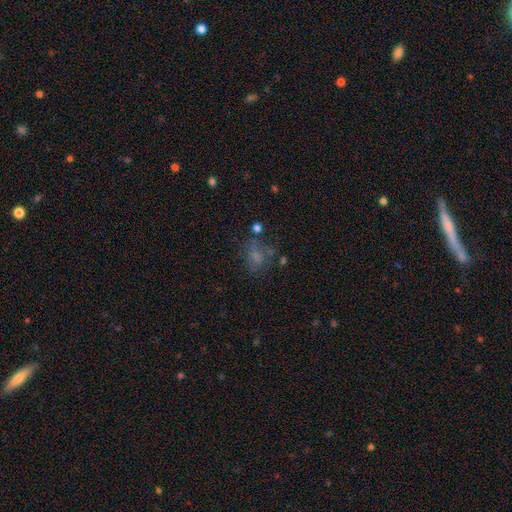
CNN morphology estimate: Smooth or featured?
  - smooth: 54% *
  - featured or disk: 25%
  - star or artifact: 21%
How rounded?
  - in between: 64% *
  - round: 33%
  - cigar-shaped: 3%
Merging?
  - none: 50% *
  - minor disturbance: 21%
  - major disturbance: 20%
  - merger: 9%